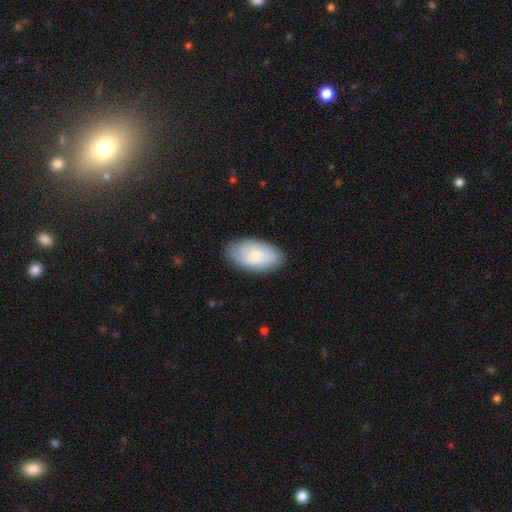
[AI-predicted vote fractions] The model was most divided on "smooth or featured": smooth: 65%, featured or disk: 29%, star or artifact: 6%. More confident: how rounded — in between (94%); merging — none (81%).